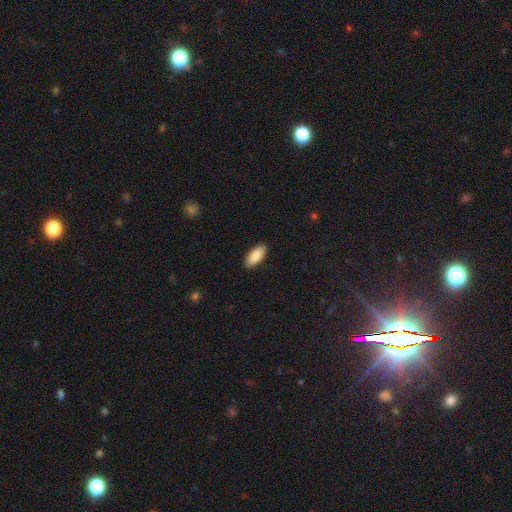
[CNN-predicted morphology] This is clearly a smooth galaxy (87%). How rounded: clearly in between (88%). Merging: clearly none (90%).